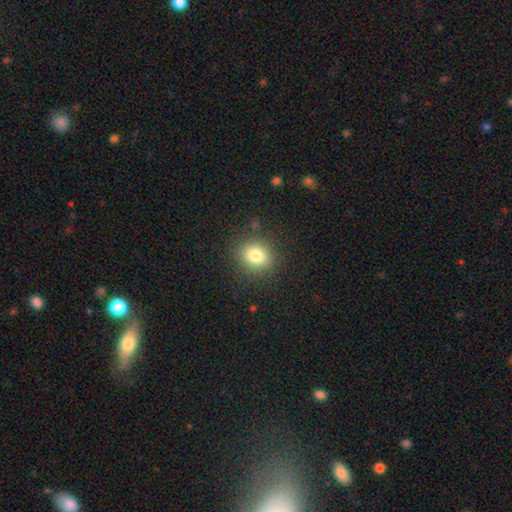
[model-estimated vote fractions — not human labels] Smooth or featured: smooth — 81% (star or artifact — 11%)
How rounded: round — 71% (in between — 28%)
Merging: none — 87% (minor disturbance — 9%)